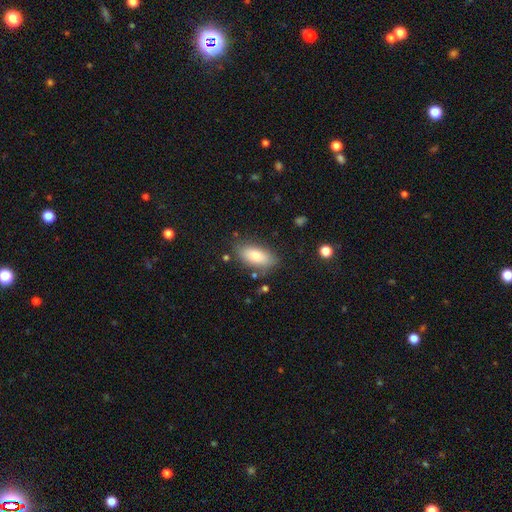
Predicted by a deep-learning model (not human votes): This is likely a smooth galaxy (77%). How rounded: clearly in between (89%). Merging: likely none (79%).